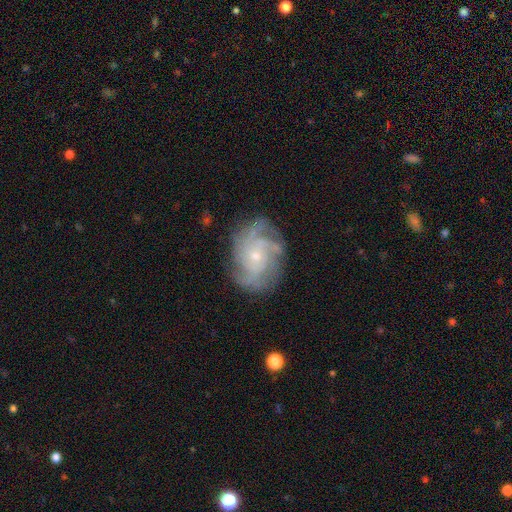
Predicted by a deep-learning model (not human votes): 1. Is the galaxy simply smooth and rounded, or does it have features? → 86% featured or disk, 7% smooth, 7% star or artifact.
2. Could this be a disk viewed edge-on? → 97% no, 3% yes.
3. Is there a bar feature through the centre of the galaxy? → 76% no, 20% weak, 4% strong.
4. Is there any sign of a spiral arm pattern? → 96% yes, 4% no.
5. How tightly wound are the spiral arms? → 50% tight, 40% medium, 10% loose.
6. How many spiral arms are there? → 28% 4, 22% can't tell, 21% 3, 12% more than 4, 10% 2, 7% 1.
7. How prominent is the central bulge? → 72% small, 24% moderate, 2% none, 1% large, 1% dominant.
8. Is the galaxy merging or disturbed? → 76% none, 16% minor disturbance, 7% major disturbance, 1% merger.